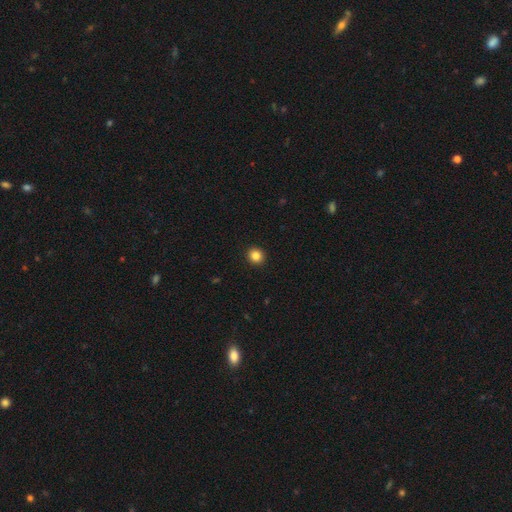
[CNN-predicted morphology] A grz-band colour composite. It shows a smooth galaxy with no disk features (85%) that is round (91%). Merging: none (93%).